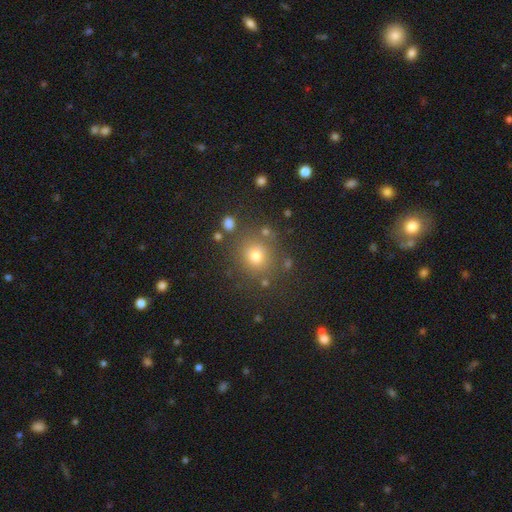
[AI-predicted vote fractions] This is likely a smooth galaxy (72%). How rounded: clearly round (87%). Merging: clearly none (81%).